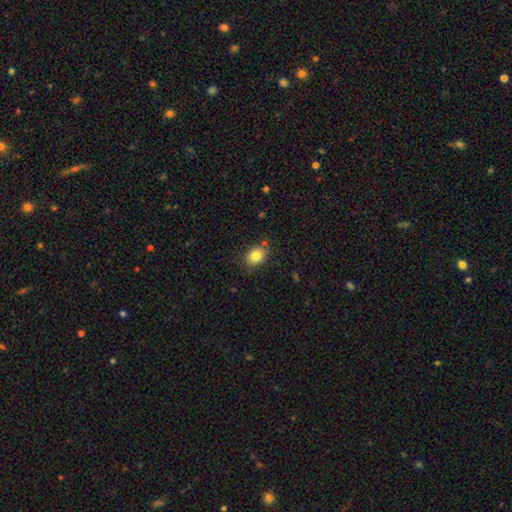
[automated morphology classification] Smooth or featured?
  - smooth: 84% *
  - star or artifact: 9%
  - featured or disk: 7%
How rounded?
  - in between: 66% *
  - round: 33%
  - cigar-shaped: 1%
Merging?
  - none: 81% *
  - minor disturbance: 12%
  - merger: 3%
  - major disturbance: 3%